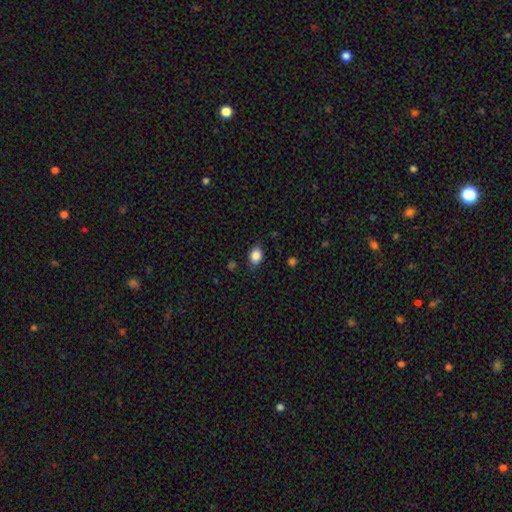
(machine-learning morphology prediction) Overall: smooth (85%). How rounded: in between (68%; round 30%). Merging: none (79%).